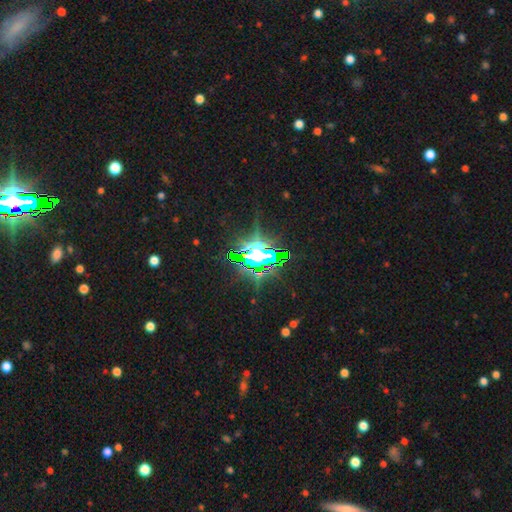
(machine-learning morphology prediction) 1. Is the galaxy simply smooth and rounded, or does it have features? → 77% star or artifact, 12% featured or disk, 10% smooth.